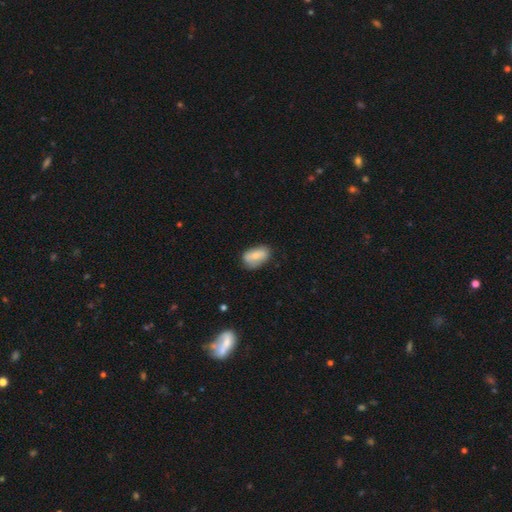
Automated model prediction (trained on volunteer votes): This appears to be a smooth galaxy with no disk features (69%) that is in between round and cigar-shaped (89%). Merging: none (70%).